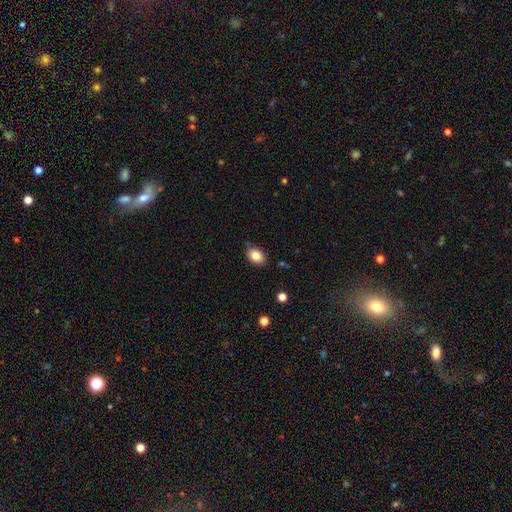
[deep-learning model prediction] Smooth or featured?
  - smooth: 84% *
  - star or artifact: 9%
  - featured or disk: 7%
How rounded?
  - in between: 78% *
  - round: 21%
  - cigar-shaped: 1%
Merging?
  - none: 79% *
  - minor disturbance: 17%
  - major disturbance: 3%
  - merger: 2%